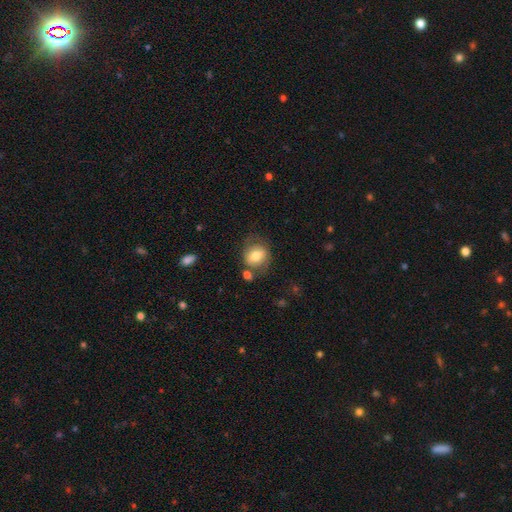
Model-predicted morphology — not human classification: Smooth or featured? smooth (70%)
How rounded? round (69%)
Merging? none (61%)